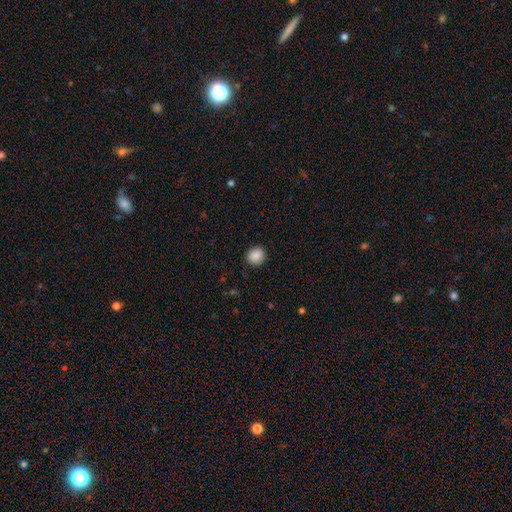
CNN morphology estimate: Smooth or featured? smooth (89%)
How rounded? round (89%)
Merging? none (91%)